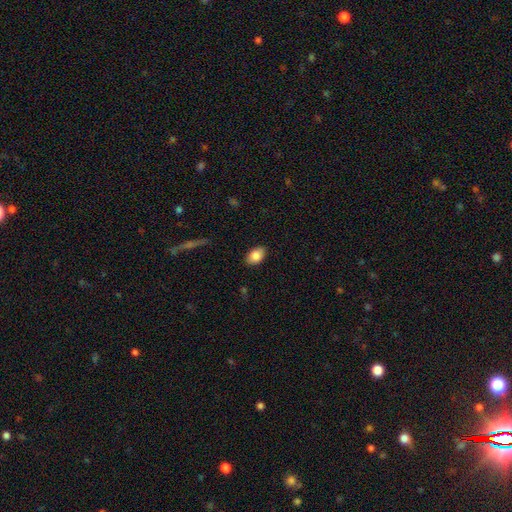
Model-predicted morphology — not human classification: Q: Smooth or featured?
A: smooth (85%); runner-up: star or artifact (7%)
Q: How rounded?
A: in between (88%); runner-up: round (11%)
Q: Merging?
A: none (88%); runner-up: minor disturbance (9%)